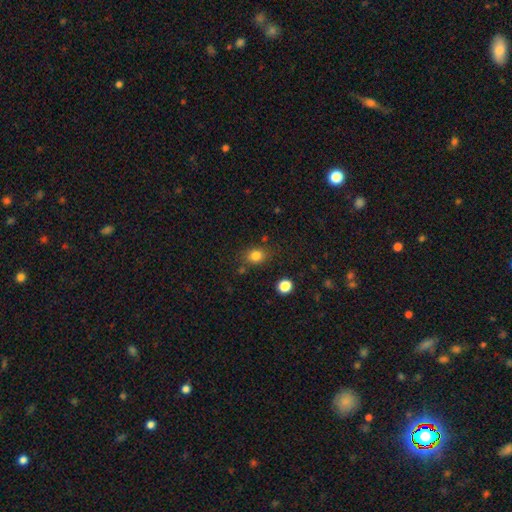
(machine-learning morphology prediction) type=smooth (81%); roundness=round (57%); merging=none (76%).